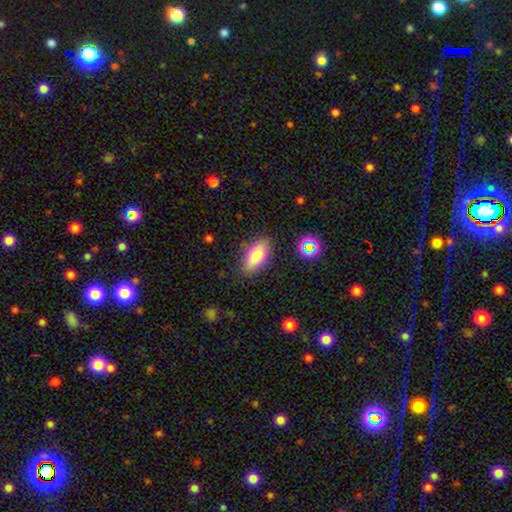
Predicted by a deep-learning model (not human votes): Overall: smooth (75%). How rounded: in between (84%). Merging: none (81%).